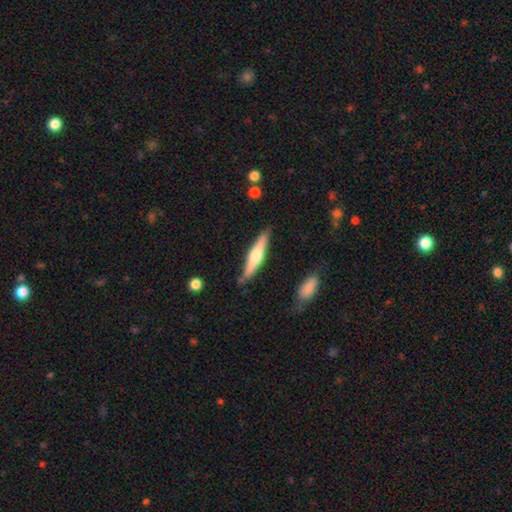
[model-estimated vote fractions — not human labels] A featured or disk galaxy (52%) viewed edge-on (95%). Merging: none (83%).